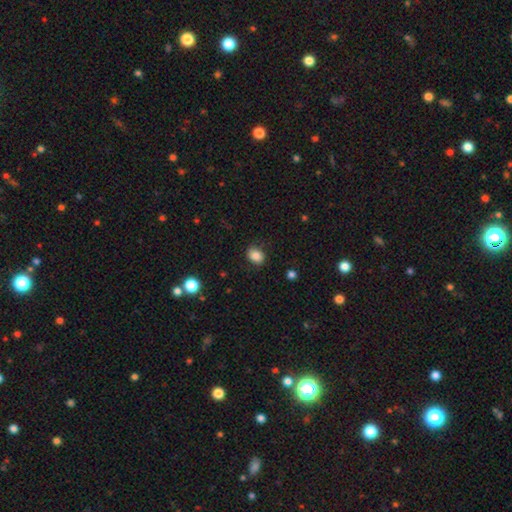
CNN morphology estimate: Smooth or featured? Predicted: smooth (p=0.84). How rounded? Predicted: in between (p=0.59). Merging? Predicted: none (p=0.81).